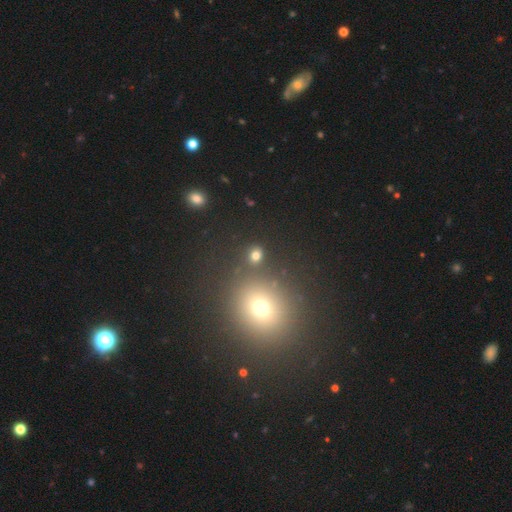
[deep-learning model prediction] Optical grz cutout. It shows a smooth galaxy with no disk features (74%) that is round (70%). Merging: none (81%).